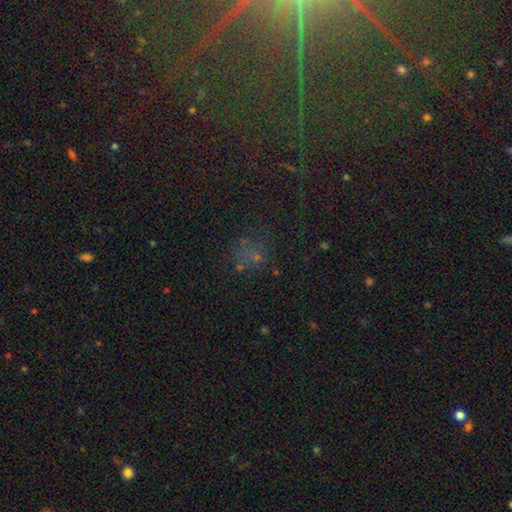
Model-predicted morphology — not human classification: type=star or artifact (47%).